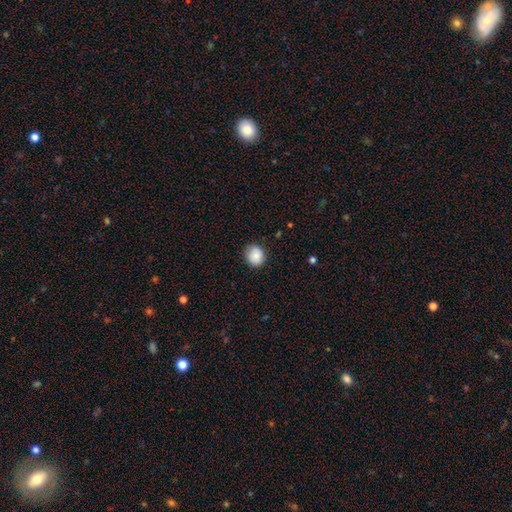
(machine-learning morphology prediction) Overall: smooth (85%). How rounded: round (76%). Merging: none (82%).